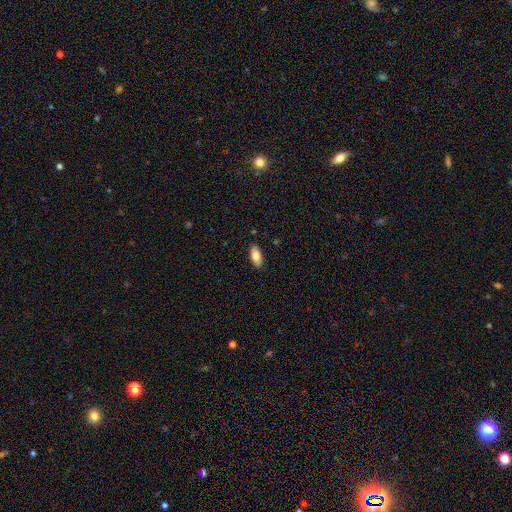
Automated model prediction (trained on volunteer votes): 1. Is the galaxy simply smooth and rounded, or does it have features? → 81% smooth, 12% featured or disk, 7% star or artifact.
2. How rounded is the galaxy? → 88% in between, 10% cigar-shaped, 2% round.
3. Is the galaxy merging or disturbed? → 88% none, 9% minor disturbance, 2% major disturbance, 1% merger.